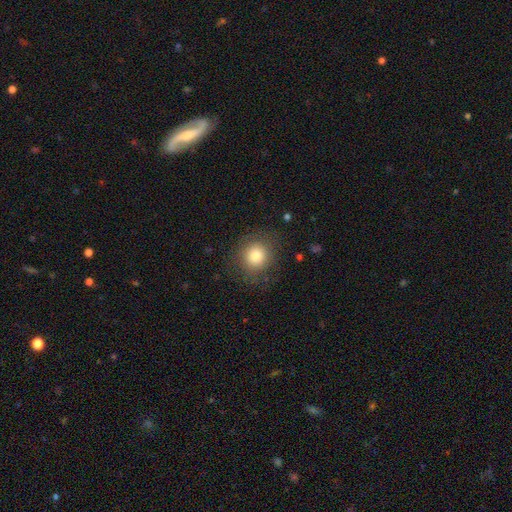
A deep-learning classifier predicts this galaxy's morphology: Smooth or featured?
  - smooth: 80% *
  - star or artifact: 10%
  - featured or disk: 9%
How rounded?
  - round: 85% *
  - in between: 15%
  - cigar-shaped: 1%
Merging?
  - none: 82% *
  - minor disturbance: 11%
  - major disturbance: 5%
  - merger: 1%